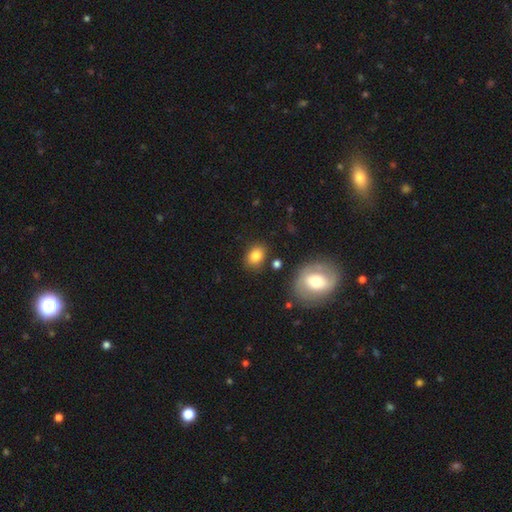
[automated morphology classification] The model was most divided on "how rounded": in between: 70%, round: 29%, cigar-shaped: 1%. More confident: smooth or featured — smooth (82%); merging — none (81%).